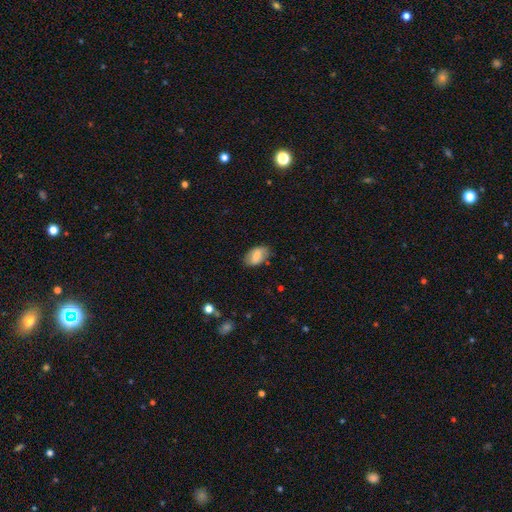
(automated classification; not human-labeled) This appears to be a smooth galaxy with no disk features (75%) that is in between round and cigar-shaped (91%). Merging: none (78%).